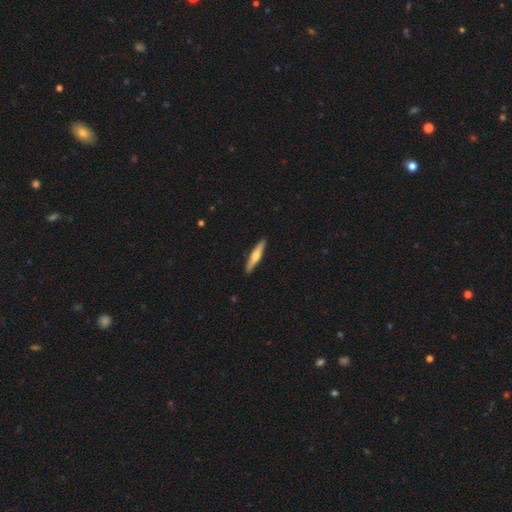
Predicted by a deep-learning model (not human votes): Q: Smooth or featured?
A: featured or disk (49%); runner-up: smooth (45%)
Q: Merging?
A: none (91%); runner-up: minor disturbance (6%)